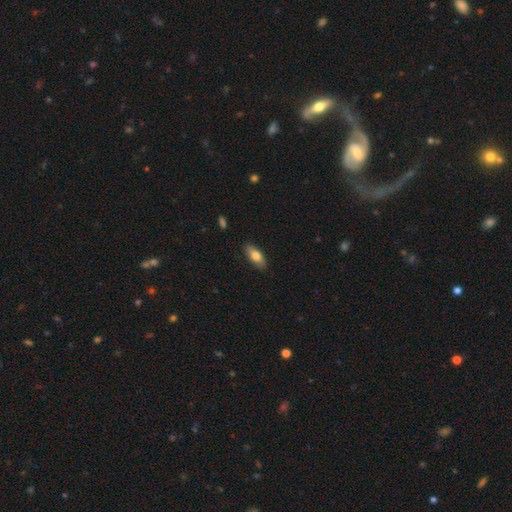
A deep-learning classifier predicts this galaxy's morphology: Smooth or featured? Predicted: smooth (p=0.76). How rounded? Predicted: in between (p=0.80). Merging? Predicted: none (p=0.86).